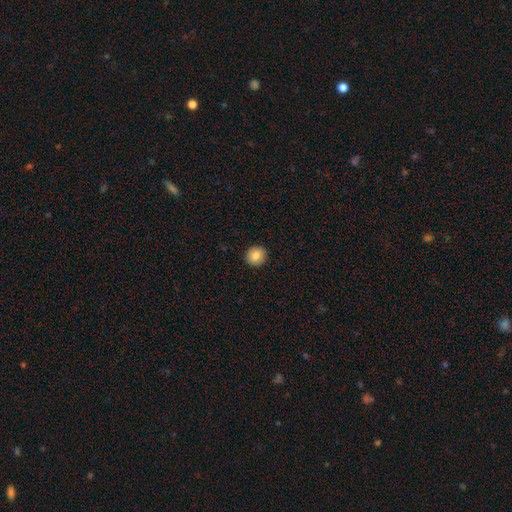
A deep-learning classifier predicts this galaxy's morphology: The model was most divided on "smooth or featured": smooth: 84%, star or artifact: 9%, featured or disk: 7%. More confident: merging — none (92%); how rounded — round (91%).